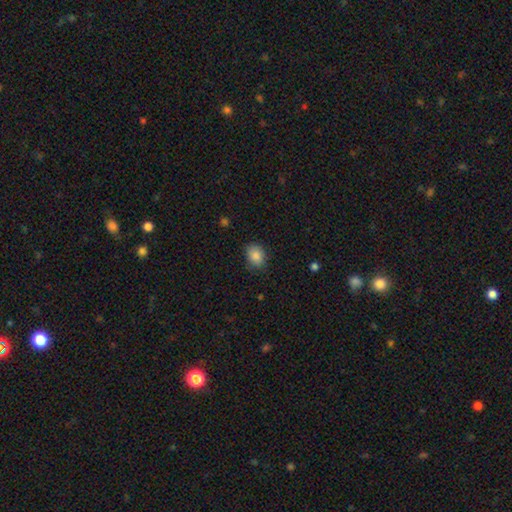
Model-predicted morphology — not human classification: Smooth or featured? Predicted: smooth (p=0.87). How rounded? Predicted: in between (p=0.65). Merging? Predicted: none (p=0.81).